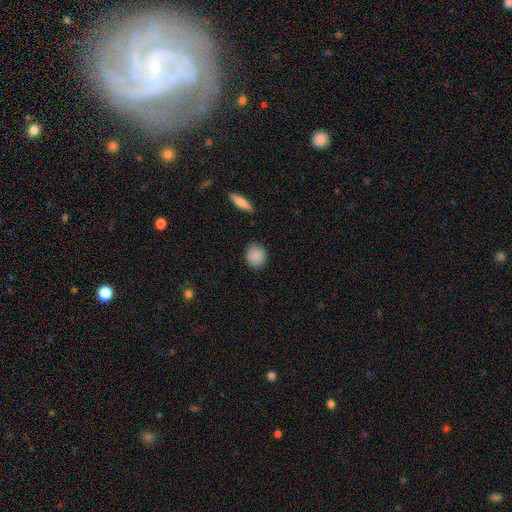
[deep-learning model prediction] Smooth or featured?
  - smooth: 88% *
  - star or artifact: 7%
  - featured or disk: 5%
How rounded?
  - round: 80% *
  - in between: 19%
  - cigar-shaped: 1%
Merging?
  - none: 88% *
  - minor disturbance: 8%
  - major disturbance: 2%
  - merger: 1%